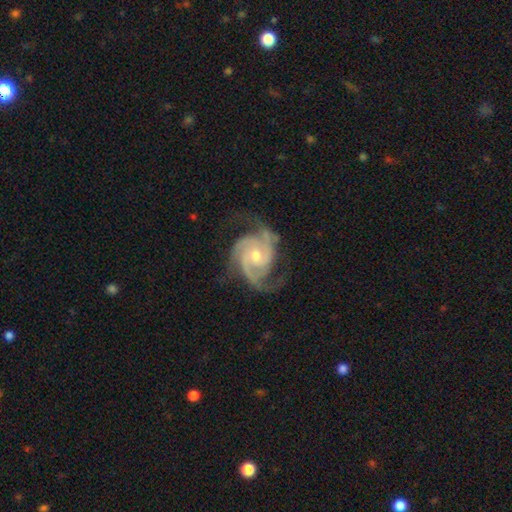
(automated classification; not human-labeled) A featured or disk galaxy (93%) with no bar (65%), 3 (54%) tight (47%) spiral arms (99%) and a moderate central bulge (57%). Merging: none (70%).